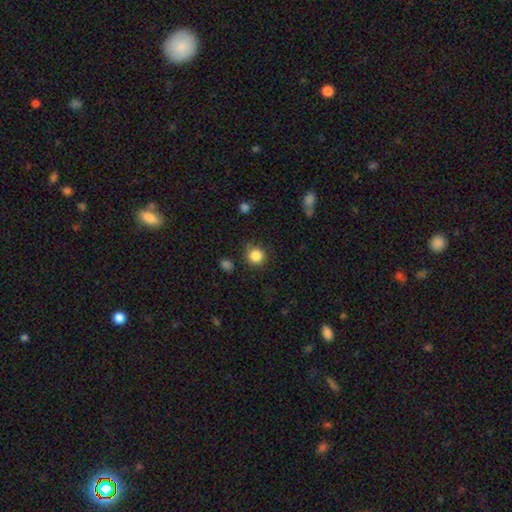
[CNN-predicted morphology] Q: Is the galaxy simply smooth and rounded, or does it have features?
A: smooth — 85%.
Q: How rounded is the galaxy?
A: round — 93%.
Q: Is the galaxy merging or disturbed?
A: none — 81%.